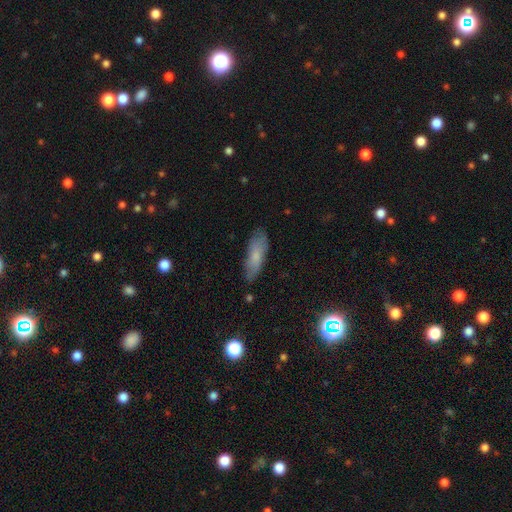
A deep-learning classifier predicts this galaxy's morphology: smooth 70%, featured or disk 22%, star or artifact 8%. Down the decision tree: how rounded — in between (56%); merging — none (76%).